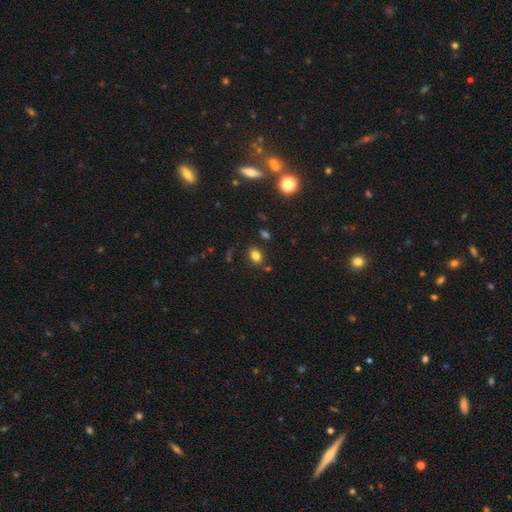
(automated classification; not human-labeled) Q: Smooth or featured?
A: smooth (79%); runner-up: star or artifact (15%)
Q: How rounded?
A: in between (63%); runner-up: round (36%)
Q: Merging?
A: none (83%); runner-up: minor disturbance (10%)